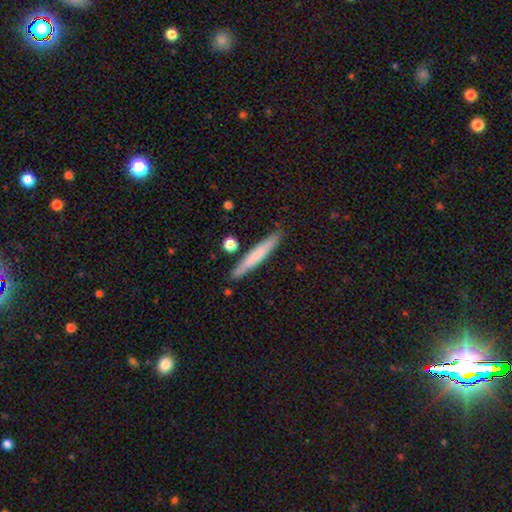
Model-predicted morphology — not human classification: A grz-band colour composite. It shows a smooth galaxy with no disk features (64%) that is cigar-shaped (95%). Merging: none (86%).